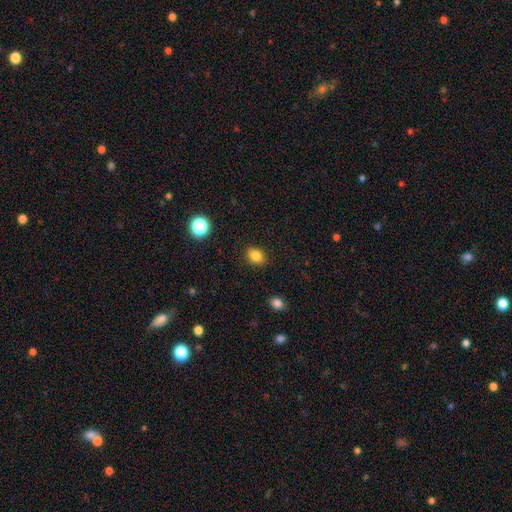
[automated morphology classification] The model was most divided on "how rounded": in between: 53%, round: 46%, cigar-shaped: 1%. More confident: merging — none (89%); smooth or featured — smooth (83%).